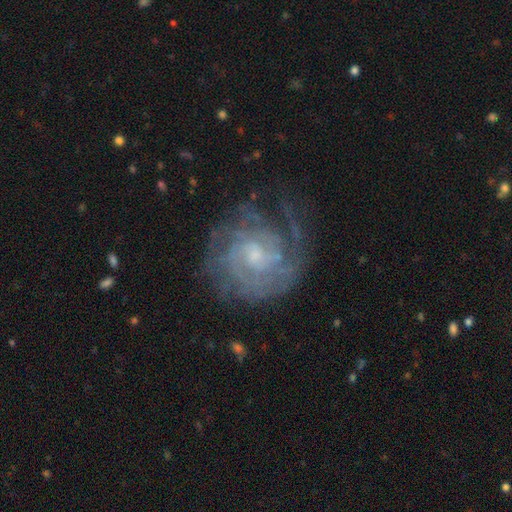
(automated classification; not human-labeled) This is clearly a featured or disk galaxy (82%). It is clearly not viewed edge-on (98%). Bar: likely no (61%). Spiral arm pattern: clearly yes (92%). Spiral arm count: marginally can't tell (44%). Spiral winding: likely tight (64%). Central bulge: possibly small (59%). Merging: likely none (67%).